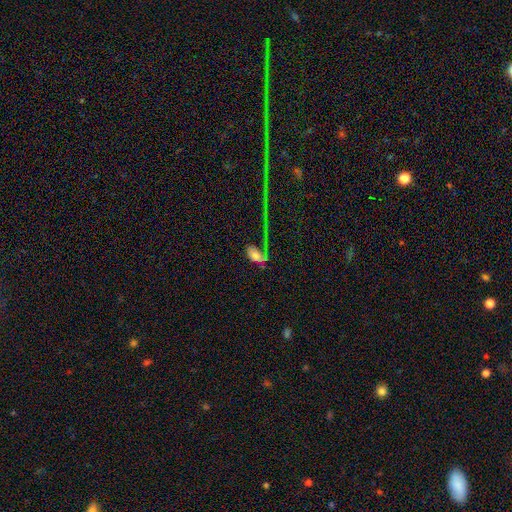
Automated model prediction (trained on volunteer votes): Smooth or featured: smooth — 61% (featured or disk — 27%)
How rounded: in between — 90% (round — 6%)
Merging: major disturbance — 36% (none — 31%)